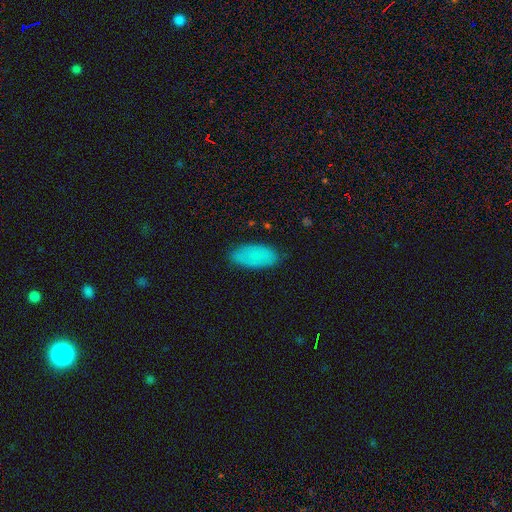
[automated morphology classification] Overall: smooth (80%). How rounded: in between (90%). Merging: none (85%).